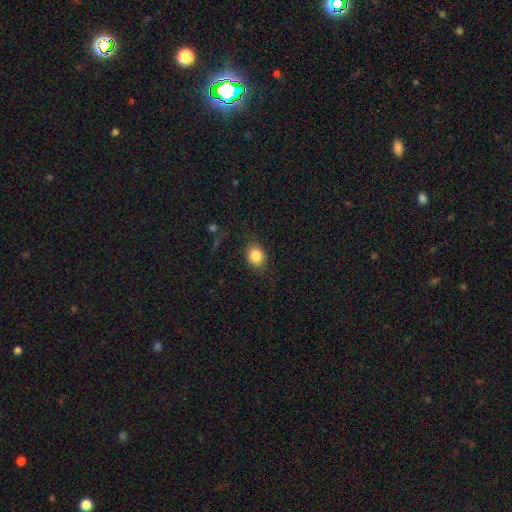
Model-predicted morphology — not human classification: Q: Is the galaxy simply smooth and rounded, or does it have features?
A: smooth — 85%.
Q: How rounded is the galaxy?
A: round — 64%.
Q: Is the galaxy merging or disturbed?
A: none — 79%.